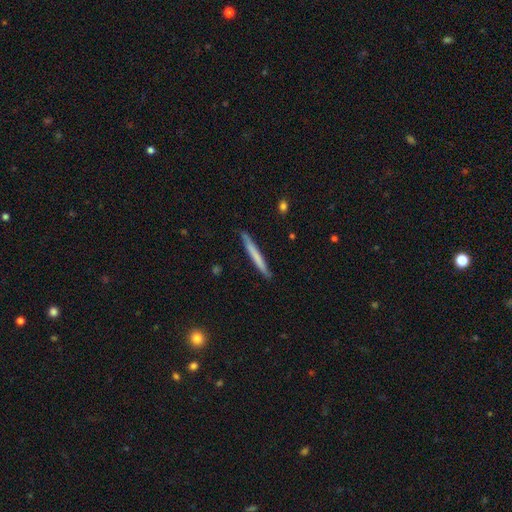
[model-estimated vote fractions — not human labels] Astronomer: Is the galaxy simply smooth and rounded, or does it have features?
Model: smooth — 62%.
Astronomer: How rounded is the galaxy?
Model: cigar-shaped — 97%.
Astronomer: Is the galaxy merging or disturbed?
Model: none — 88%.